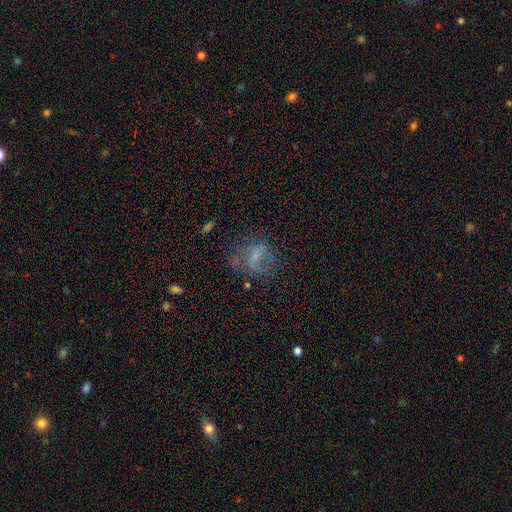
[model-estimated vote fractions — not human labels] Smooth or featured: featured or disk — 43% (smooth — 39%)
Merging: none — 45% (major disturbance — 30%)